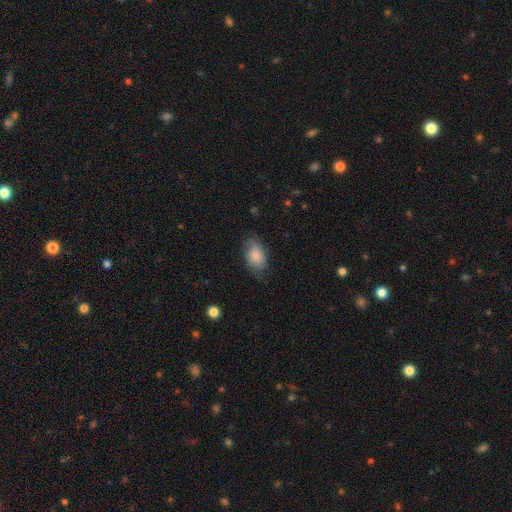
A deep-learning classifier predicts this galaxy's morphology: smooth-or-featured: smooth: 79% | featured or disk: 14% | star or artifact: 7%
  how-rounded: in between: 91% | round: 7% | cigar-shaped: 2%
  merging: none: 66% | minor disturbance: 26% | major disturbance: 7% | merger: 1%